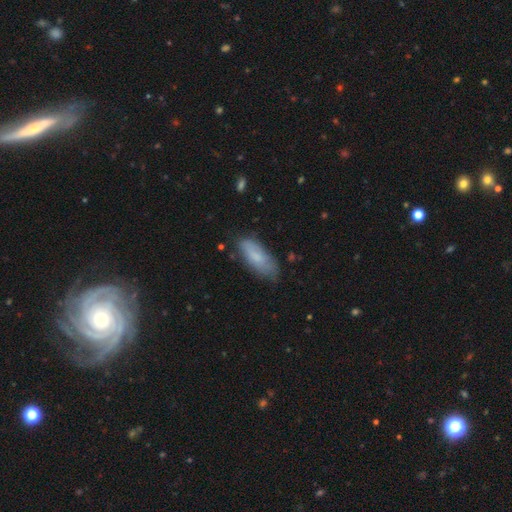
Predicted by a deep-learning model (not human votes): A smooth galaxy with no disk features (76%) that is in between round and cigar-shaped (72%). Merging: none (67%).